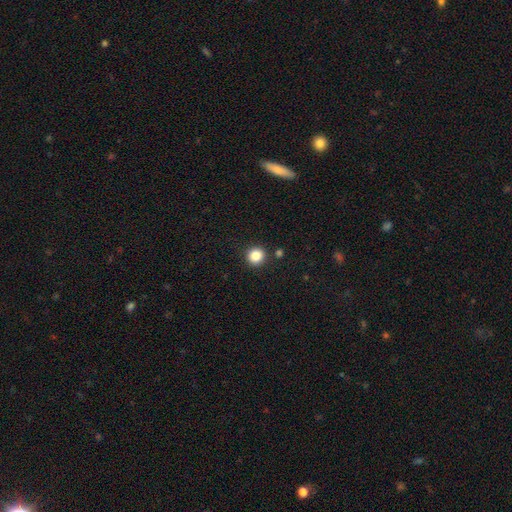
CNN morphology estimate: type=smooth (85%); roundness=round (93%); merging=none (90%).